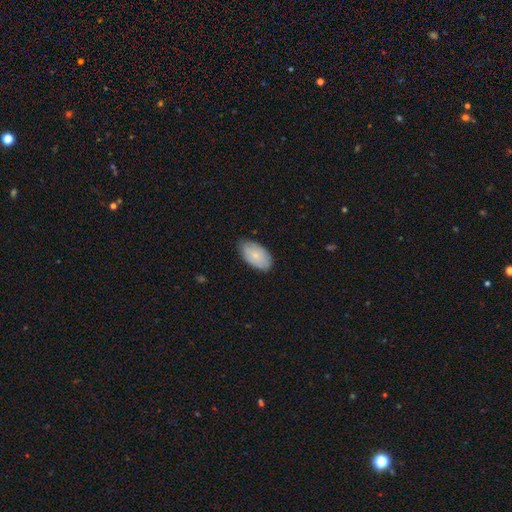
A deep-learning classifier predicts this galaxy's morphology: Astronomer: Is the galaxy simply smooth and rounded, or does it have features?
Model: smooth — 77%.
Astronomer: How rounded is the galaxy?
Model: in between — 95%.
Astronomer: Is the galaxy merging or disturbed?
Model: none — 80%.